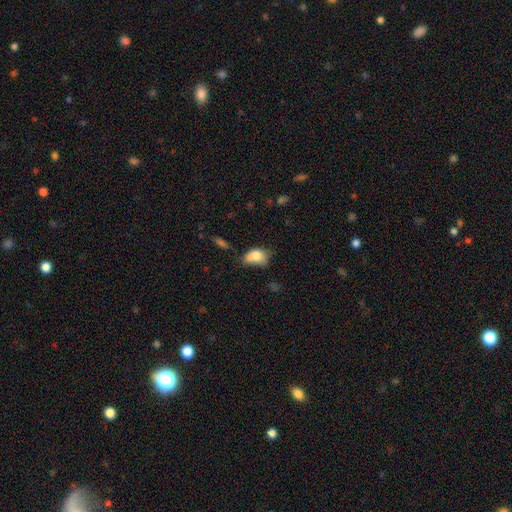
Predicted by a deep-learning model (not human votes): Morphology: type=smooth (75%); roundness=in between (73%); merging=minor disturbance (34%).